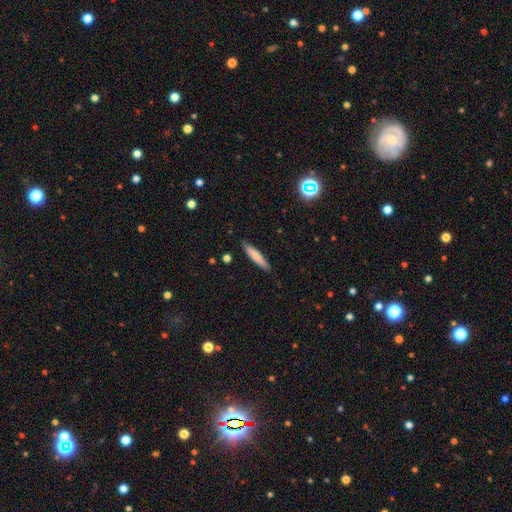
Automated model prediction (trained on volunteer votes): Smooth or featured? Predicted: smooth (p=0.75). How rounded? Predicted: cigar-shaped (p=0.89). Merging? Predicted: none (p=0.87).